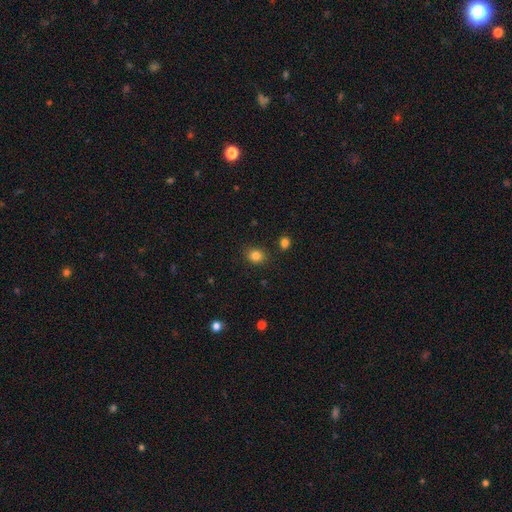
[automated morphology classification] smooth-or-featured: smooth: 84% | star or artifact: 11% | featured or disk: 5%
  how-rounded: round: 69% | in between: 30% | cigar-shaped: 1%
  merging: none: 86% | minor disturbance: 9% | merger: 3% | major disturbance: 2%